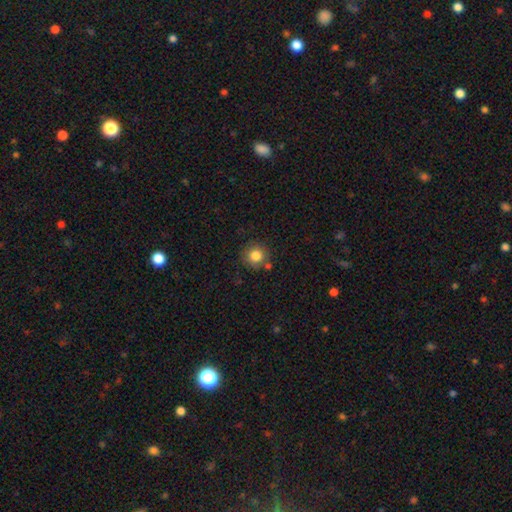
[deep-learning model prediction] Smooth or featured: smooth — 82% (star or artifact — 11%)
How rounded: round — 92% (in between — 7%)
Merging: none — 81% (minor disturbance — 10%)